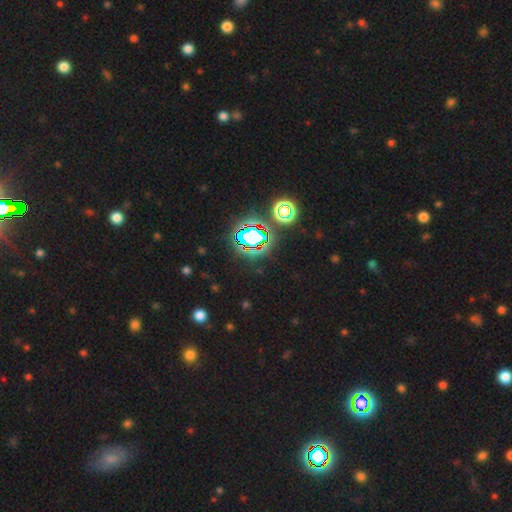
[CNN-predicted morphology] Q: Smooth or featured?
A: star or artifact (80%); runner-up: smooth (13%)